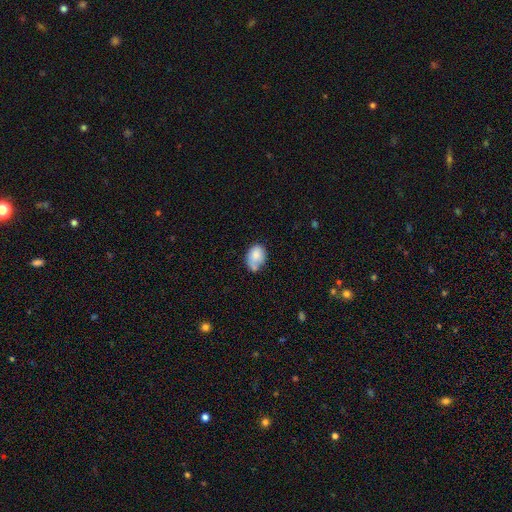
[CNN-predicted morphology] The model was most divided on "merging": none: 44%, minor disturbance: 32%, merger: 15%, major disturbance: 10%. More confident: smooth or featured — smooth (78%); how rounded — in between (74%).